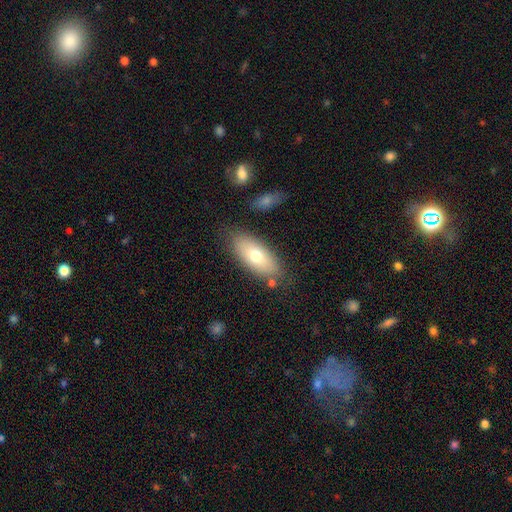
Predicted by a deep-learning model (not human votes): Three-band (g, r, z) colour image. It shows a smooth galaxy with no disk features (70%) that is in between round and cigar-shaped (86%). Merging: none (79%).